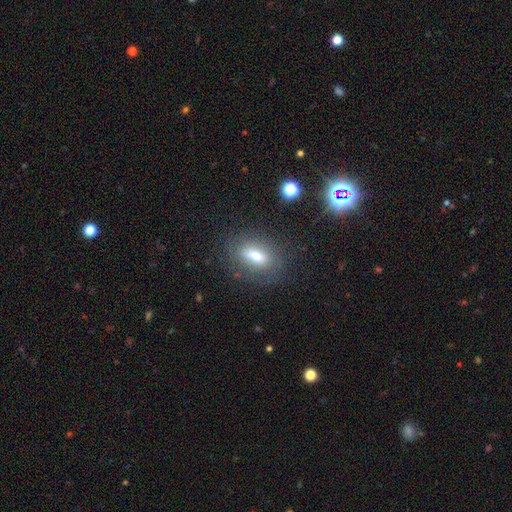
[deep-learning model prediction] smooth 62%, featured or disk 24%, star or artifact 14%. Down the decision tree: how rounded — in between (74%); merging — none (79%).